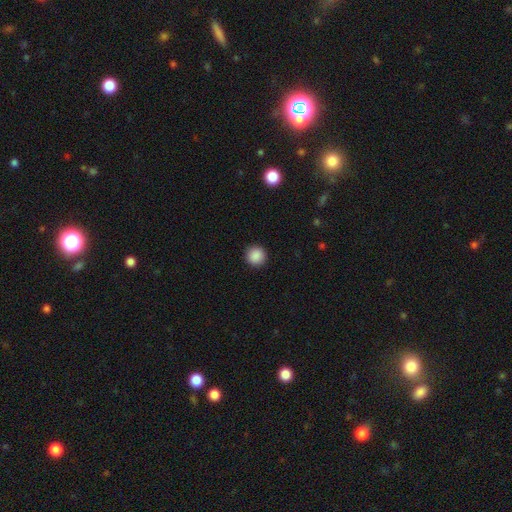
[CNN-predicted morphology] This is clearly a smooth galaxy (88%). How rounded: clearly round (94%). Merging: clearly none (92%).